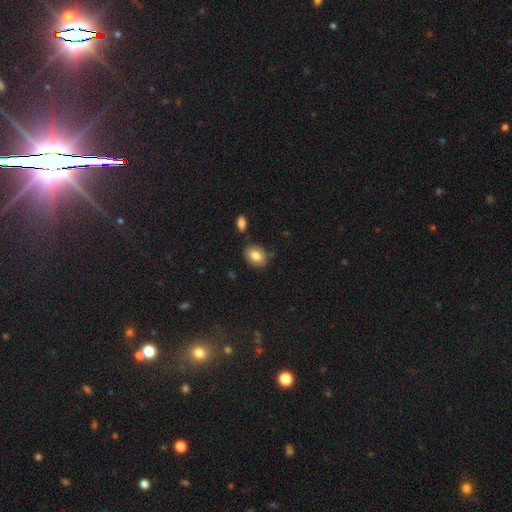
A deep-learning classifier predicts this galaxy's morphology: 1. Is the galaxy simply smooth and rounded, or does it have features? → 81% smooth, 11% featured or disk, 8% star or artifact.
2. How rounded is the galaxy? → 69% in between, 30% round, 1% cigar-shaped.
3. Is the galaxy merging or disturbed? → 80% none, 13% minor disturbance, 4% merger, 3% major disturbance.